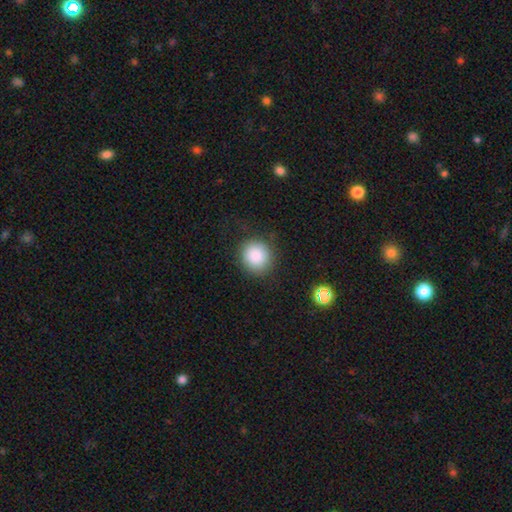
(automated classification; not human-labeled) Overall: smooth (87%). How rounded: round (90%). Merging: none (87%).